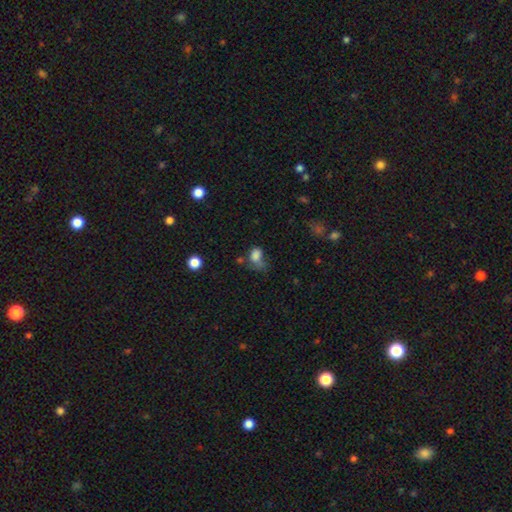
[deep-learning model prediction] Morphology: type=smooth (75%); roundness=in between (68%); merging=major disturbance (30%).